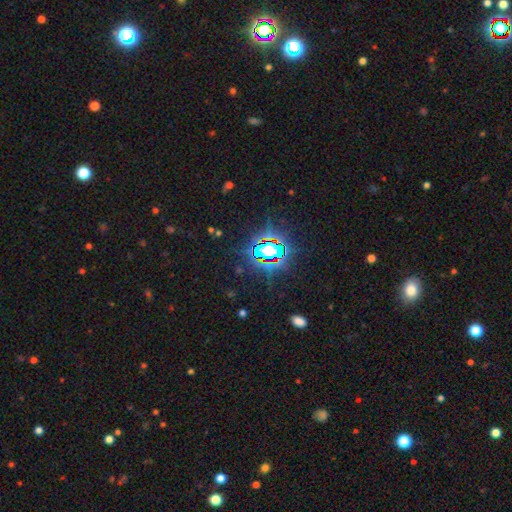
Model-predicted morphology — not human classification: Overall: star or artifact (81%).